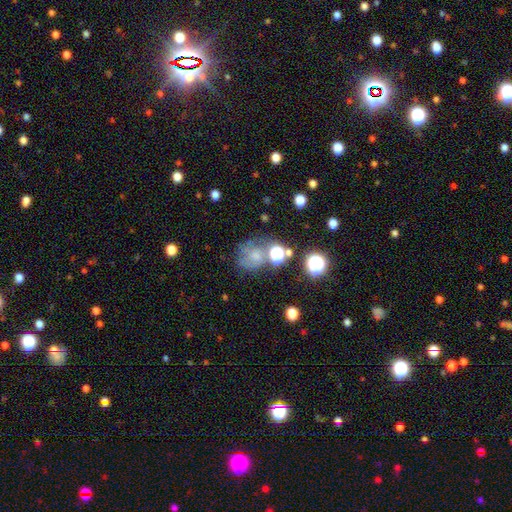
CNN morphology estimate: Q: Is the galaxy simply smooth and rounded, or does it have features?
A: smooth — 51%.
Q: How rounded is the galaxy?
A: round — 70%.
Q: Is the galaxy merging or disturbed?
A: none — 44%.